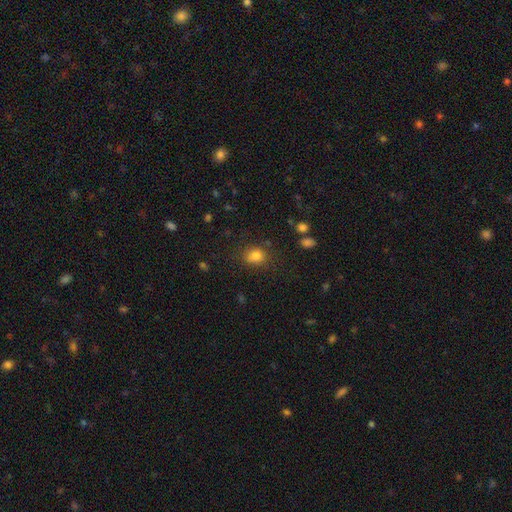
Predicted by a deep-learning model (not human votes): The model was most divided on "how rounded": round: 56%, in between: 43%, cigar-shaped: 1%. More confident: smooth or featured — smooth (81%); merging — none (75%).